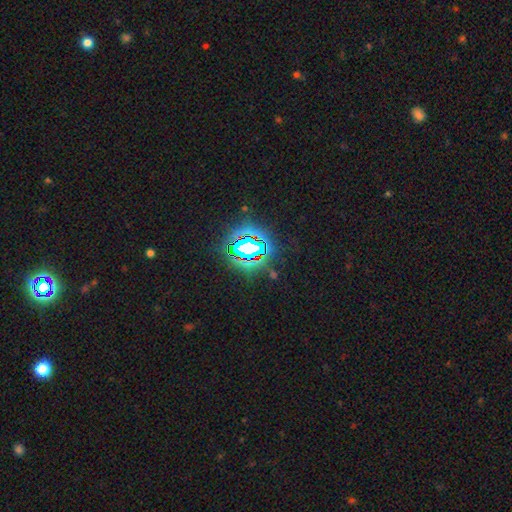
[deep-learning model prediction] Morphology: type=star or artifact (85%).